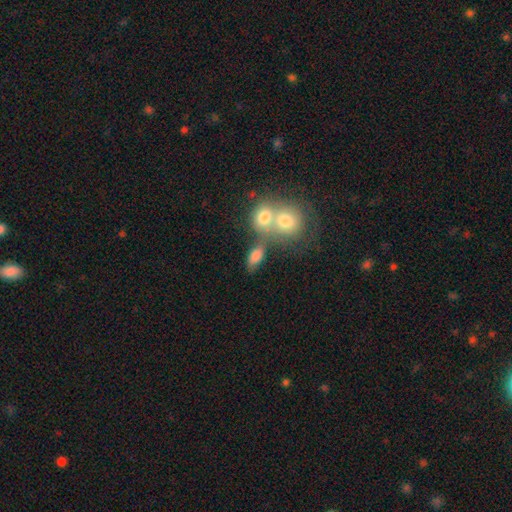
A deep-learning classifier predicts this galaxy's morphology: Smooth or featured: smooth — 77% (featured or disk — 12%)
How rounded: in between — 76% (round — 19%)
Merging: none — 43% (merger — 36%)